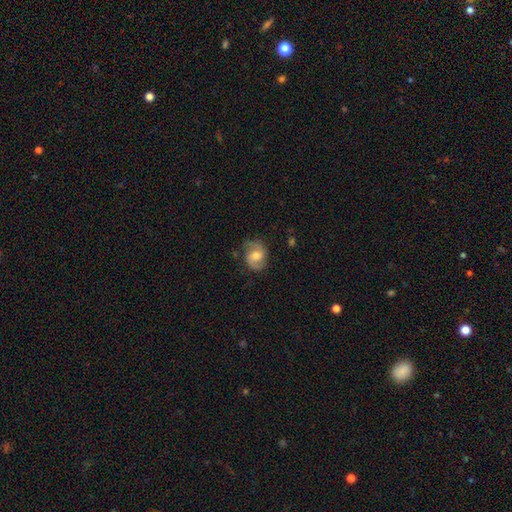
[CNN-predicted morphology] smooth_or_featured: featured or disk (p=0.64) [alt: smooth p=0.29]
disk_edge_on: no (p=0.97) [alt: yes p=0.03]
bar: weak (p=0.47) [alt: no p=0.41]
has_spiral_arms: yes (p=0.91) [alt: no p=0.09]
spiral_winding: medium (p=0.49) [alt: loose p=0.29]
spiral_arm_count: 2 (p=0.88) [alt: can't tell p=0.06]
bulge_size: moderate (p=0.60) [alt: small p=0.18]
merging: none (p=0.73) [alt: minor disturbance p=0.19]